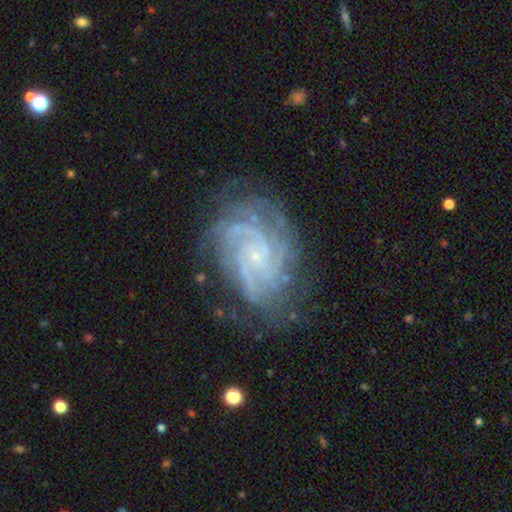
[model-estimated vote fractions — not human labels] The model was most divided on "spiral arm count": 4: 24%, 3: 21%, 2: 18%, can't tell: 18%, more than 4: 11%, 1: 8%. More confident: spiral arms — yes (98%); edge-on disk — no (98%); smooth or featured — featured or disk (89%); bulge size — small (84%); merging — none (75%); spiral winding — tight (72%); bar — no (66%).